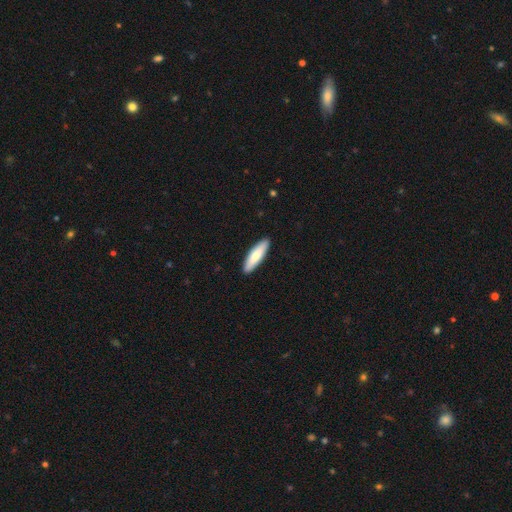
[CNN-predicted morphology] This appears to be a smooth galaxy with no disk features (80%) that is cigar-shaped (64%). Merging: none (91%).